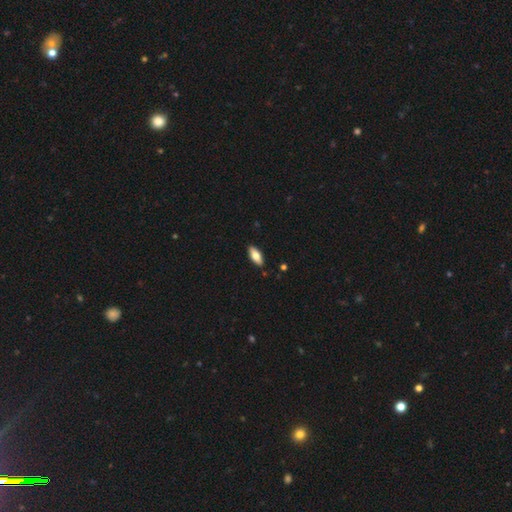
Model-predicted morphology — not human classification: Q: Smooth or featured?
A: smooth (73%); runner-up: featured or disk (21%)
Q: How rounded?
A: in between (83%); runner-up: cigar-shaped (15%)
Q: Merging?
A: none (89%); runner-up: minor disturbance (8%)